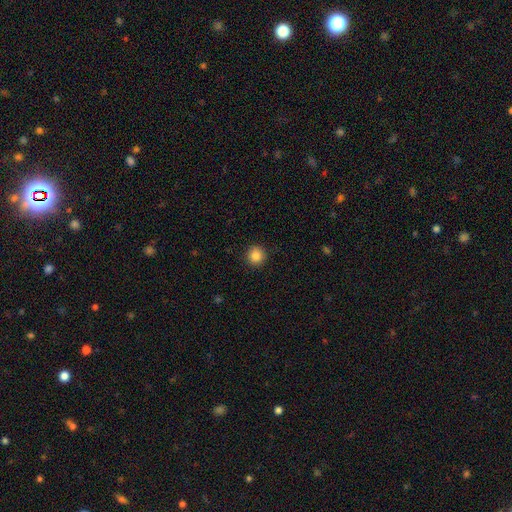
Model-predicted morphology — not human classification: A smooth galaxy with no disk features (85%) that is round (94%).

Vote fractions:
- Smooth or featured? smooth: 85% / star or artifact: 10% / featured or disk: 4%
- How rounded? round: 94% / in between: 5% / cigar-shaped: 1%
- Merging? none: 92% / minor disturbance: 5% / major disturbance: 2% / merger: 1%